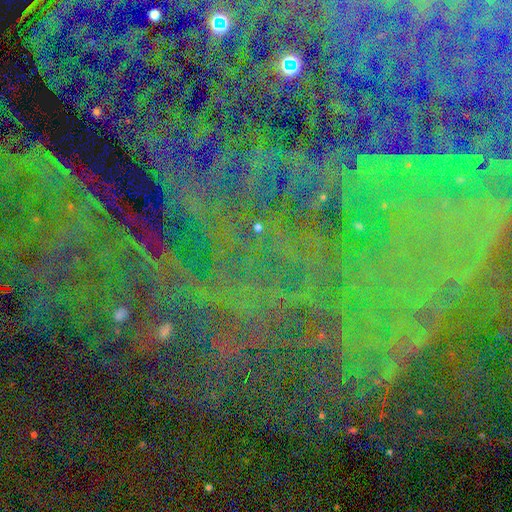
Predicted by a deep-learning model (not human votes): This is clearly a star or artifact rather than a galaxy (86%).